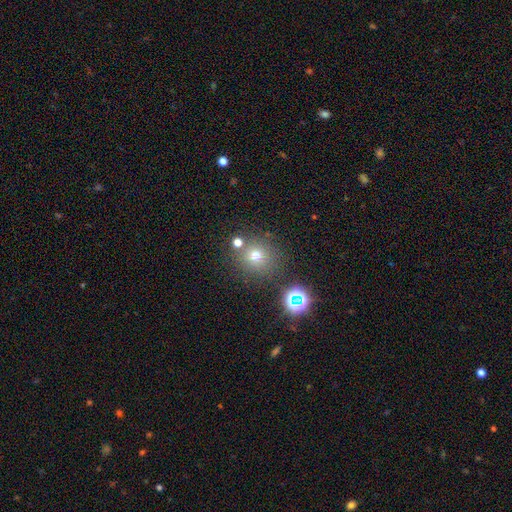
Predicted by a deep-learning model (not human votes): smooth-or-featured: smooth: 68% | star or artifact: 22% | featured or disk: 10%
  how-rounded: round: 91% | in between: 8% | cigar-shaped: 1%
  merging: none: 76% | merger: 10% | minor disturbance: 10% | major disturbance: 4%